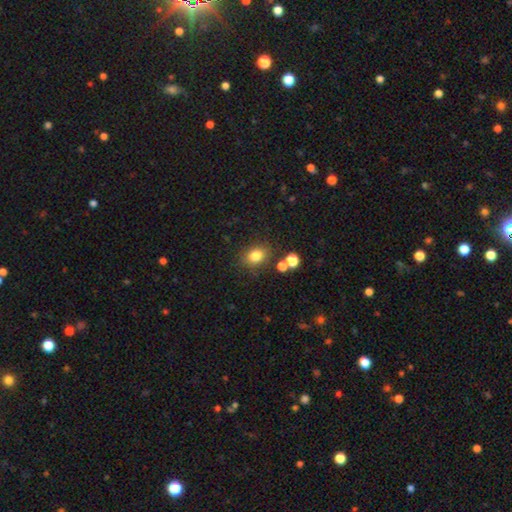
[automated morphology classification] smooth_or_featured: smooth (p=0.80) [alt: star or artifact p=0.13]
how_rounded: in between (p=0.50) [alt: round p=0.49]
merging: none (p=0.76) [alt: minor disturbance p=0.12]